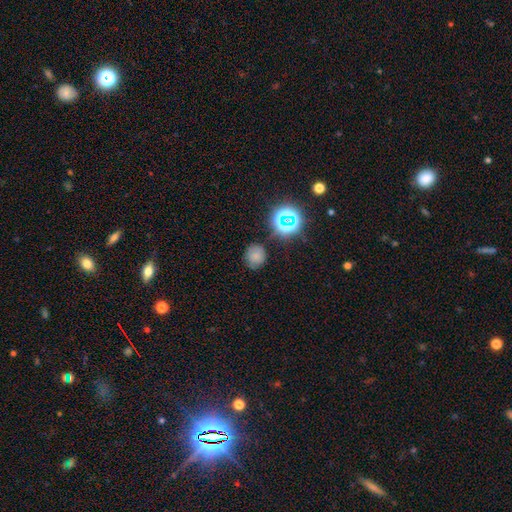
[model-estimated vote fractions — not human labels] Smooth or featured? smooth (67%)
How rounded? round (81%)
Merging? none (76%)